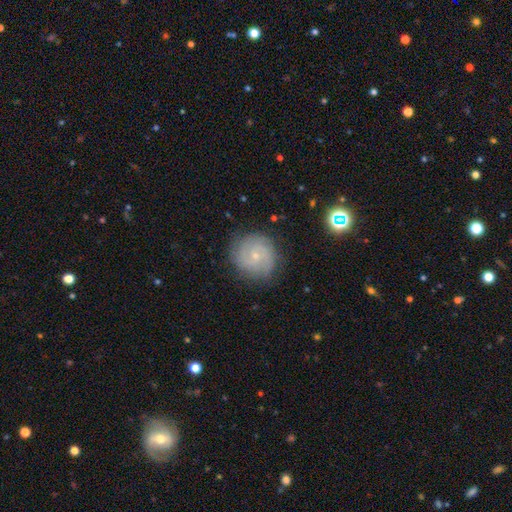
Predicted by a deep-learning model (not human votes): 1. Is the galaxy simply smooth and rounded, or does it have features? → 66% featured or disk, 25% smooth, 8% star or artifact.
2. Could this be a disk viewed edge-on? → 98% no, 2% yes.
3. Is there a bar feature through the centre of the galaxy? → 72% no, 25% weak, 4% strong.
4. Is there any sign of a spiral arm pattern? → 90% yes, 10% no.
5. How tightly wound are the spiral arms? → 64% tight, 29% medium, 7% loose.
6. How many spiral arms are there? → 36% 2, 31% can't tell, 17% 3, 6% 4, 5% 1, 4% more than 4.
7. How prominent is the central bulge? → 78% small, 18% moderate, 2% none, 1% large, 1% dominant.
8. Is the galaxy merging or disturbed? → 81% none, 14% minor disturbance, 4% major disturbance, 1% merger.